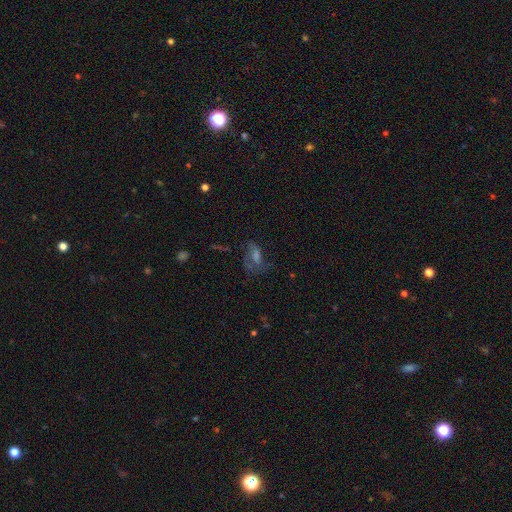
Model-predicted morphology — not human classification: Q: Smooth or featured?
A: featured or disk (56%); runner-up: star or artifact (23%)
Q: Edge-on disk?
A: no (94%); runner-up: yes (6%)
Q: Bar?
A: no (46%); runner-up: weak (40%)
Q: Spiral arms?
A: yes (76%); runner-up: no (24%)
Q: Bulge size?
A: moderate (38%); runner-up: small (28%)
Q: Merging?
A: none (53%); runner-up: major disturbance (26%)